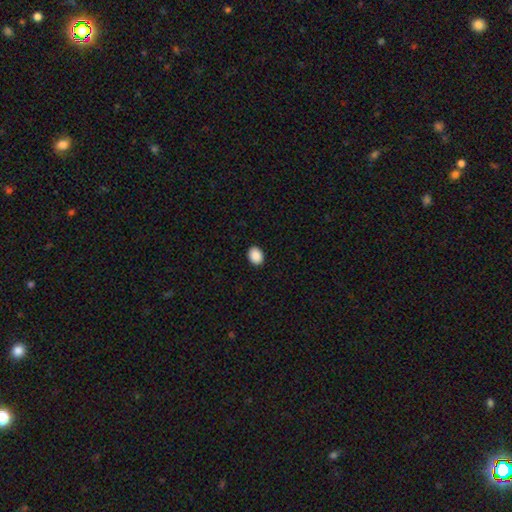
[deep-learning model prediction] smooth_or_featured: smooth (p=0.90) [alt: star or artifact p=0.07]
how_rounded: in between (p=0.66) [alt: round p=0.33]
merging: none (p=0.91) [alt: minor disturbance p=0.06]